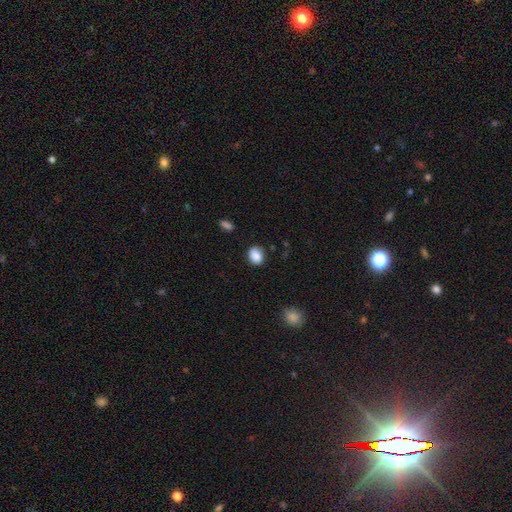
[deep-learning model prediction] Morphology: type=smooth (88%); roundness=in between (55%); merging=none (83%).